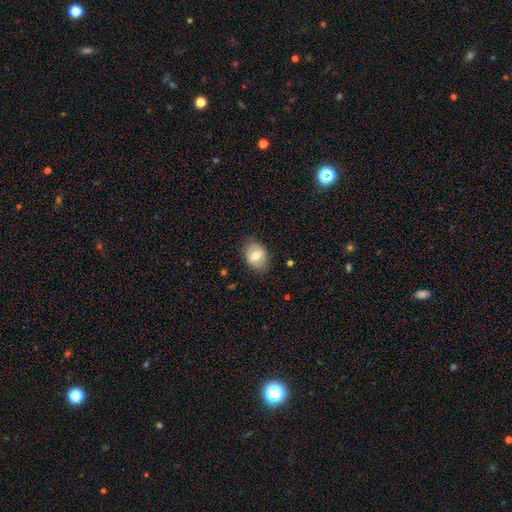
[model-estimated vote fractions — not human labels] smooth_or_featured: smooth (p=0.62) [alt: featured or disk p=0.31]
how_rounded: in between (p=0.67) [alt: round p=0.32]
merging: none (p=0.80) [alt: minor disturbance p=0.15]